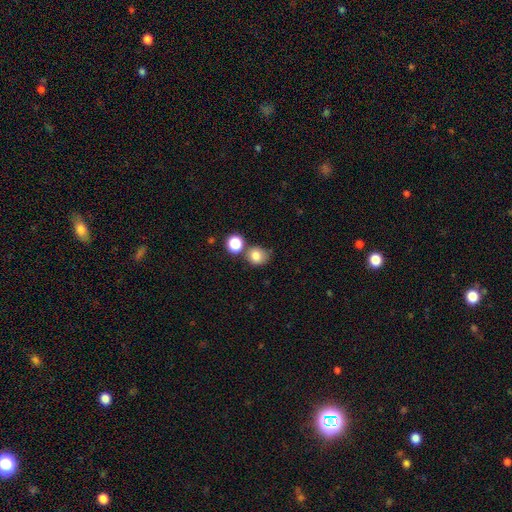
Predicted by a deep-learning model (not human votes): smooth 81%, star or artifact 12%, featured or disk 8%. Down the decision tree: how rounded — round (77%); merging — none (56%).